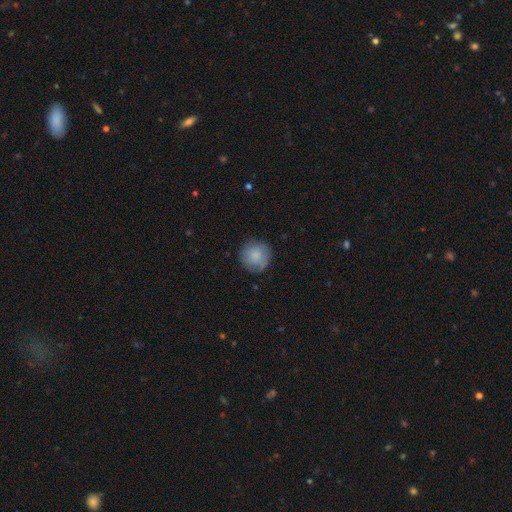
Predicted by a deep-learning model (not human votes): Overall: smooth (82%). How rounded: round (94%). Merging: none (79%).